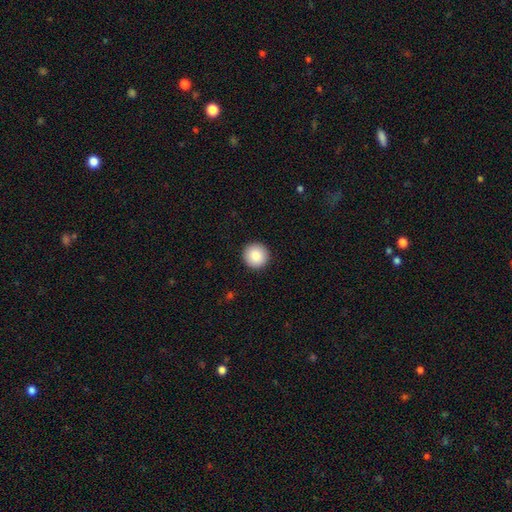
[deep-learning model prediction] Overall: smooth (87%). How rounded: round (96%). Merging: none (93%).